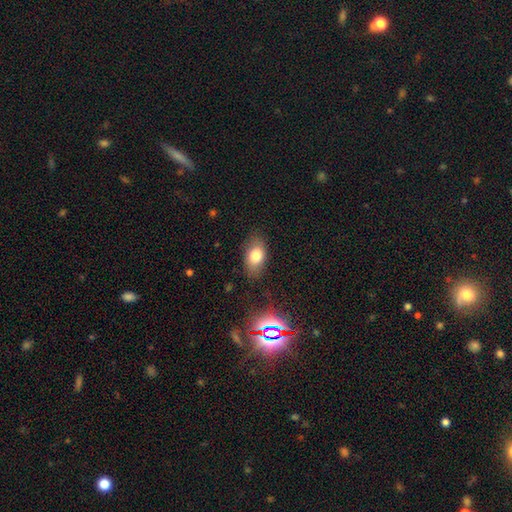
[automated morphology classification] type=smooth (77%); roundness=in between (87%); merging=none (82%).